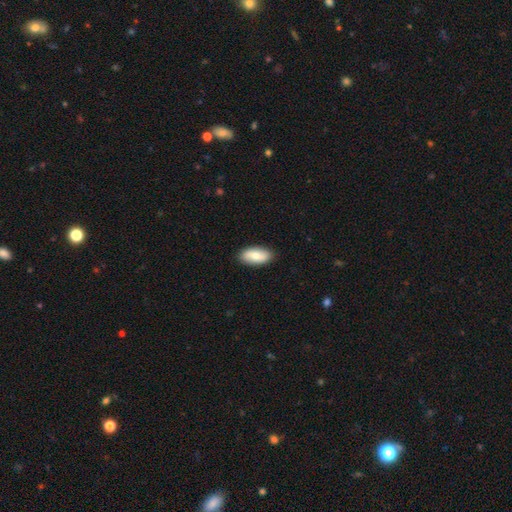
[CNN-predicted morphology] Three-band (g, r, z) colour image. It shows a smooth galaxy with no disk features (77%) that is in between round and cigar-shaped (91%). Merging: none (89%).